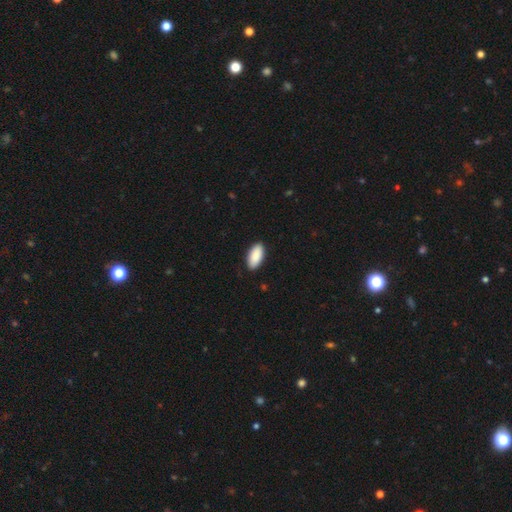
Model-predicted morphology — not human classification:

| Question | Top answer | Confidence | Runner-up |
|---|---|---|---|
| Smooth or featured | smooth | 91% | star or artifact (5%) |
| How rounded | in between | 94% | cigar-shaped (4%) |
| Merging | none | 89% | minor disturbance (8%) |